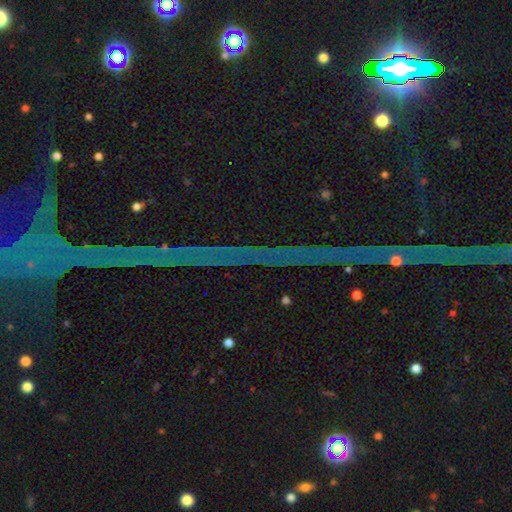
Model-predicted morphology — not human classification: Q: Smooth or featured?
A: star or artifact (86%); runner-up: featured or disk (8%)